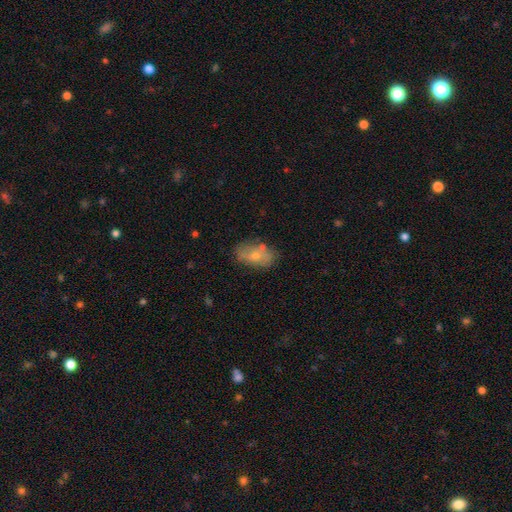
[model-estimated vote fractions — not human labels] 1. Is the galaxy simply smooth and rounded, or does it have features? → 64% smooth, 28% featured or disk, 7% star or artifact.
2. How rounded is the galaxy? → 89% in between, 6% round, 5% cigar-shaped.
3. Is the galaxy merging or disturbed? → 70% none, 18% minor disturbance, 7% merger, 5% major disturbance.